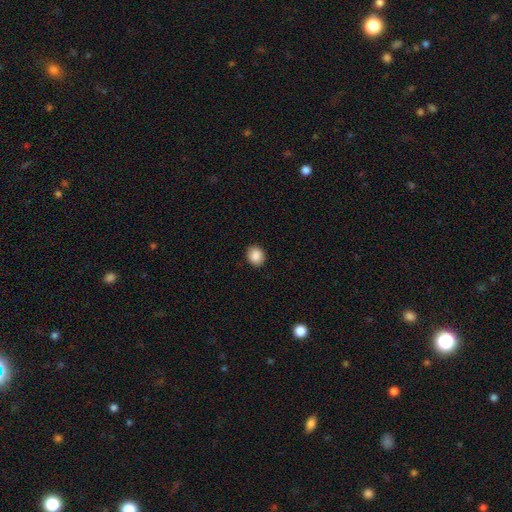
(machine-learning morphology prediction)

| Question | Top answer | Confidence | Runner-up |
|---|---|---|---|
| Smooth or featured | smooth | 88% | star or artifact (8%) |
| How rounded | round | 63% | in between (36%) |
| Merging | none | 90% | minor disturbance (7%) |